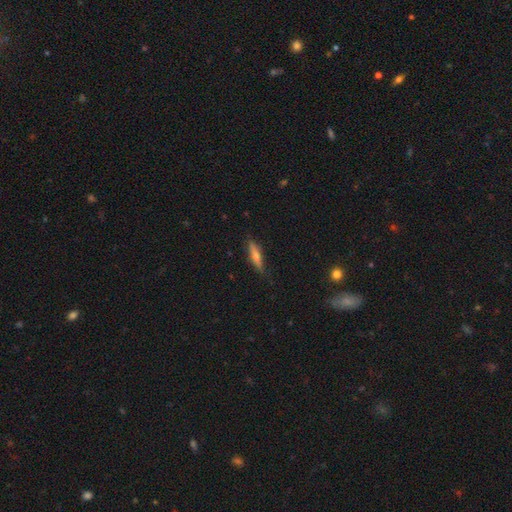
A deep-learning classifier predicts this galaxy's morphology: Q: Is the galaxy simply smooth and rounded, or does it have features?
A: smooth — 51%.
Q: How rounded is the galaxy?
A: cigar-shaped — 85%.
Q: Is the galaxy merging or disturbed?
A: none — 84%.